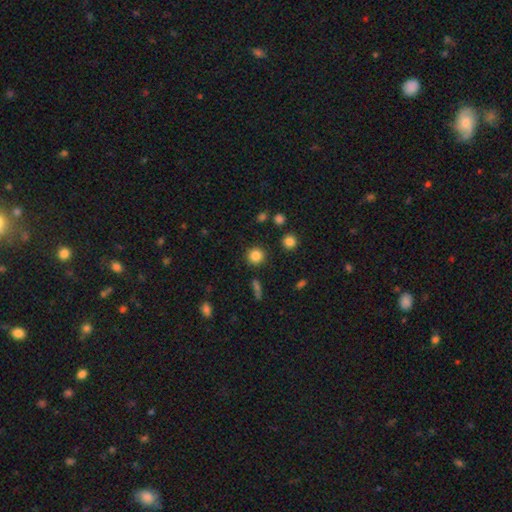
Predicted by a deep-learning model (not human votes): A smooth galaxy with no disk features (84%) that is round (92%).

Vote fractions:
- Smooth or featured? smooth: 84% / star or artifact: 12% / featured or disk: 5%
- How rounded? round: 92% / in between: 7% / cigar-shaped: 1%
- Merging? none: 88% / minor disturbance: 6% / merger: 3% / major disturbance: 3%